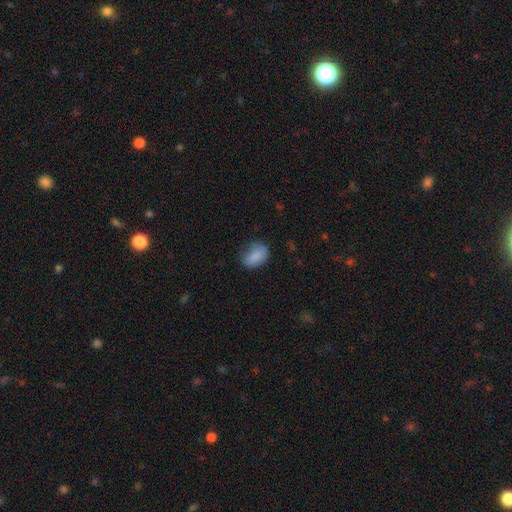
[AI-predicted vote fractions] Smooth or featured? Predicted: smooth (p=0.84). How rounded? Predicted: in between (p=0.85). Merging? Predicted: none (p=0.64).